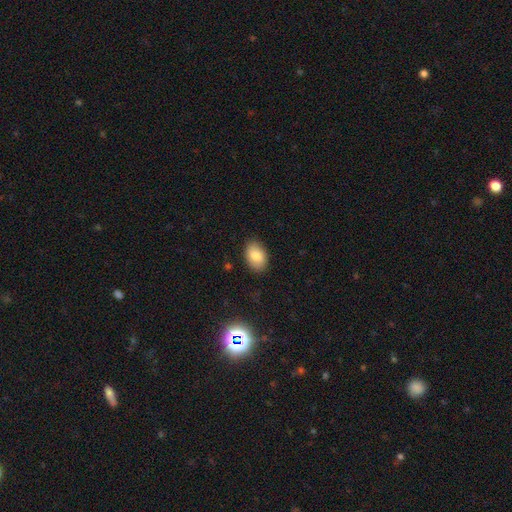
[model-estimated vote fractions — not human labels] This is clearly a smooth galaxy (82%). How rounded: clearly in between (88%). Merging: clearly none (86%).